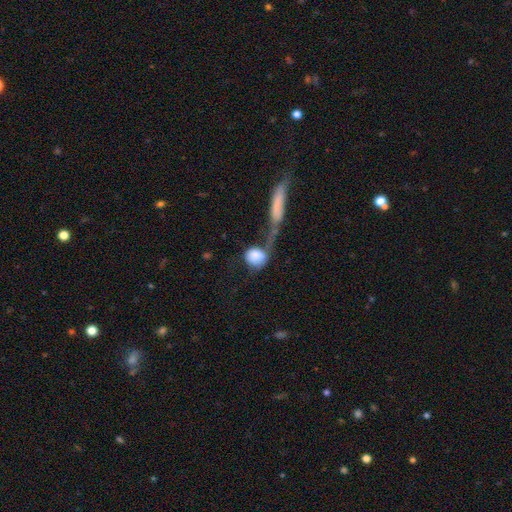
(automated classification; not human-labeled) Smooth or featured?
  - smooth: 80% *
  - featured or disk: 13%
  - star or artifact: 7%
How rounded?
  - round: 58% *
  - in between: 38%
  - cigar-shaped: 4%
Merging?
  - merger: 41% *
  - none: 23%
  - major disturbance: 21%
  - minor disturbance: 15%